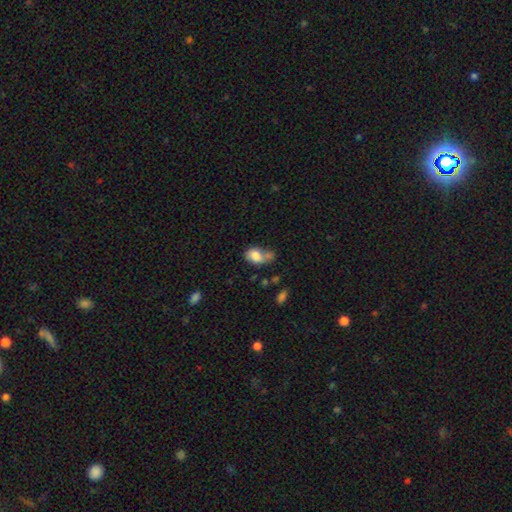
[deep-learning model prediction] Overall: smooth (79%). How rounded: in between (80%). Merging: merger (37%; none 30%).